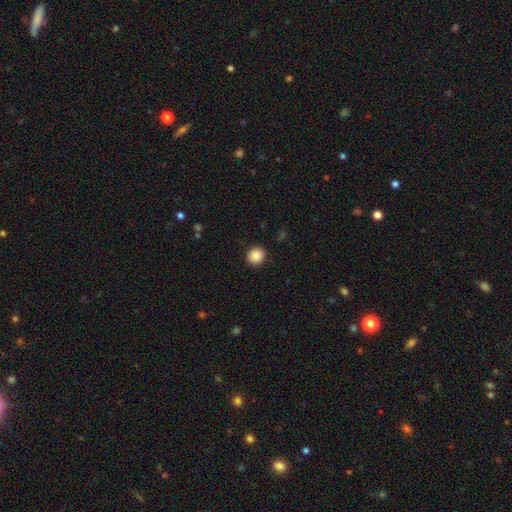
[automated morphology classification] Smooth or featured?
  - smooth: 89% *
  - star or artifact: 9%
  - featured or disk: 3%
How rounded?
  - round: 90% *
  - in between: 9%
  - cigar-shaped: 1%
Merging?
  - none: 92% *
  - minor disturbance: 5%
  - major disturbance: 2%
  - merger: 1%